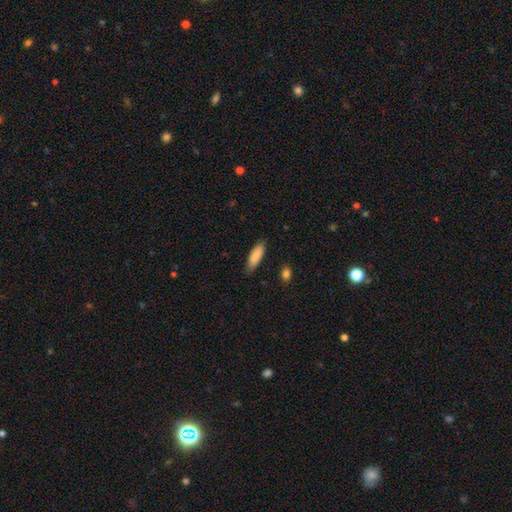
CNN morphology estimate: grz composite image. It shows a smooth galaxy with no disk features (88%) that is in between round and cigar-shaped (52%). Merging: none (80%).